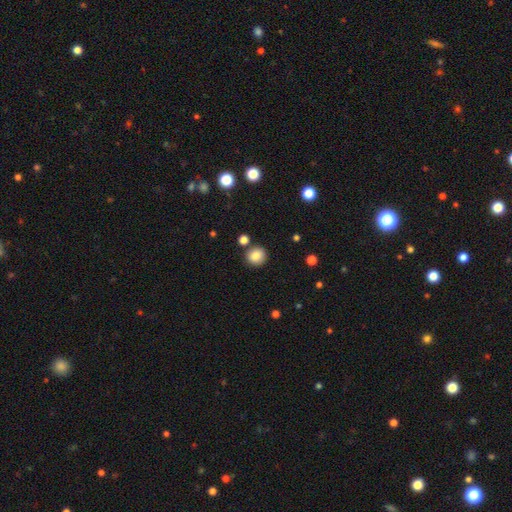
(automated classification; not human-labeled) smooth-or-featured: smooth: 84% | star or artifact: 10% | featured or disk: 6%
  how-rounded: round: 88% | in between: 11% | cigar-shaped: 1%
  merging: none: 85% | minor disturbance: 8% | merger: 5% | major disturbance: 2%